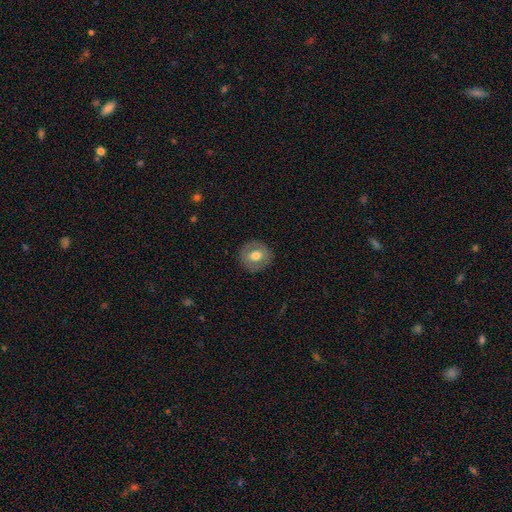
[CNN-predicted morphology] Smooth or featured?
  - smooth: 61% *
  - featured or disk: 31%
  - star or artifact: 7%
How rounded?
  - round: 88% *
  - in between: 11%
  - cigar-shaped: 1%
Merging?
  - none: 87% *
  - minor disturbance: 9%
  - major disturbance: 3%
  - merger: 1%